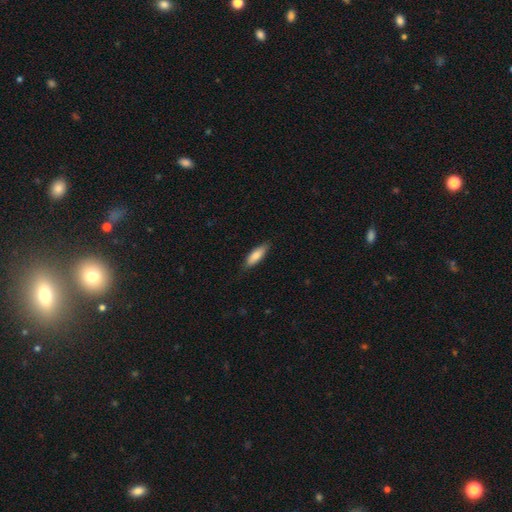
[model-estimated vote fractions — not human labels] Smooth or featured? smooth (81%)
How rounded? in between (52%)
Merging? none (83%)